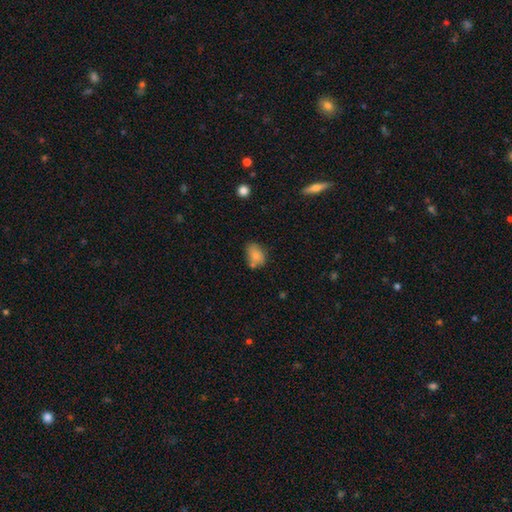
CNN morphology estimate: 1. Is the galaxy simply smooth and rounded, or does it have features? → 78% smooth, 13% featured or disk, 9% star or artifact.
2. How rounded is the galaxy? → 72% in between, 27% round, 1% cigar-shaped.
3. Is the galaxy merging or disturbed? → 57% none, 24% minor disturbance, 14% merger, 6% major disturbance.